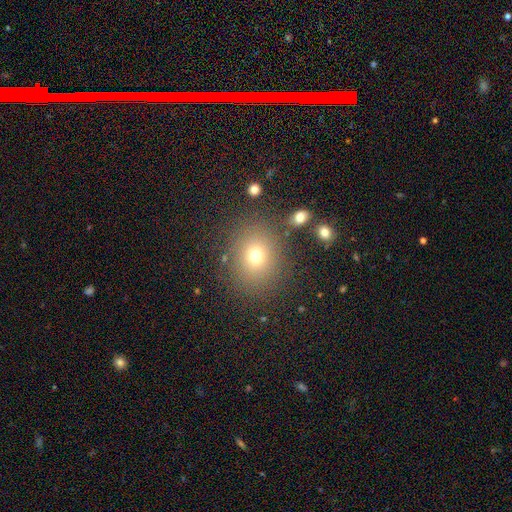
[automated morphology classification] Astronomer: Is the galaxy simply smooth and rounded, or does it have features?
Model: smooth — 72%.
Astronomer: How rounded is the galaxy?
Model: round — 70%.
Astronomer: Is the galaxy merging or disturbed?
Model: none — 83%.